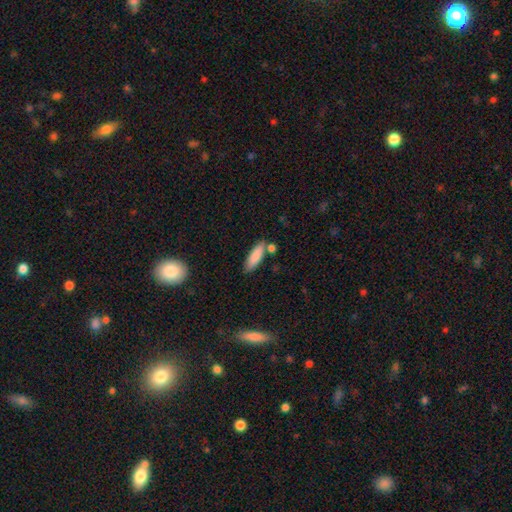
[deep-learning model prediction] Smooth or featured? smooth (84%)
How rounded? cigar-shaped (53%)
Merging? none (74%)